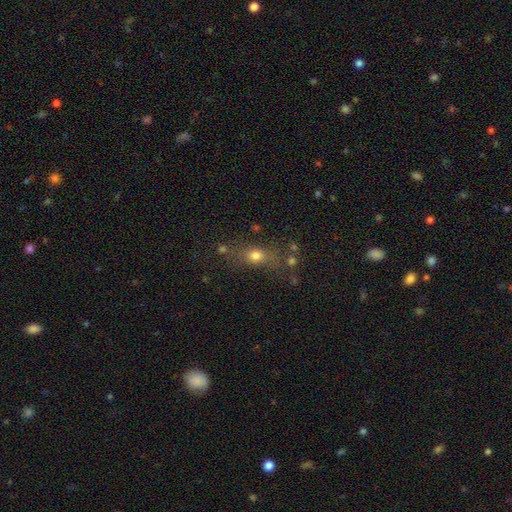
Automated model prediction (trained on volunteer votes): A smooth galaxy with no disk features (68%) that is in between round and cigar-shaped (48%).

Vote fractions:
- Smooth or featured? smooth: 68% / star or artifact: 18% / featured or disk: 15%
- How rounded? in between: 48% / round: 36% / cigar-shaped: 16%
- Merging? none: 62% / minor disturbance: 17% / merger: 11% / major disturbance: 10%